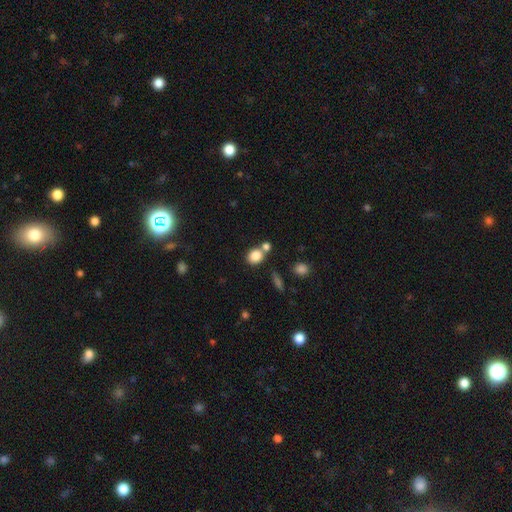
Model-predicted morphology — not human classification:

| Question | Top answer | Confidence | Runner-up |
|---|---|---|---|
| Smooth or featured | smooth | 83% | star or artifact (11%) |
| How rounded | round | 69% | in between (30%) |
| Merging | none | 60% | merger (26%) |